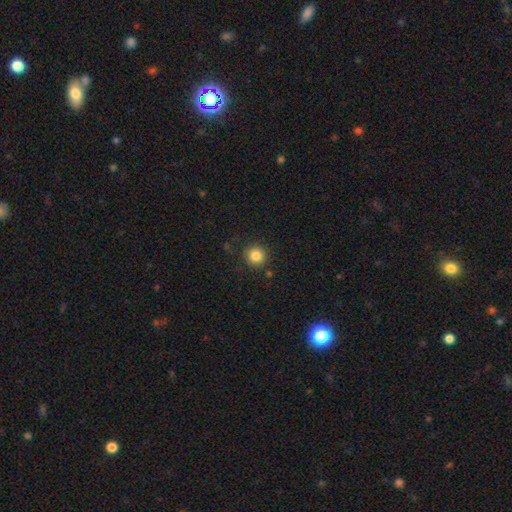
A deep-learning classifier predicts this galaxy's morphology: This appears to be a smooth galaxy with no disk features (84%) that is round (94%). Merging: none (88%).